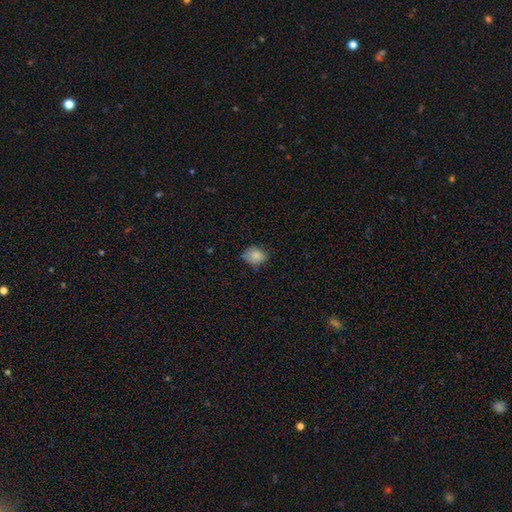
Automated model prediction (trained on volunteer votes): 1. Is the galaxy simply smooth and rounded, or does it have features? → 84% smooth, 9% star or artifact, 7% featured or disk.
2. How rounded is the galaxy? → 50% in between, 49% round, 1% cigar-shaped.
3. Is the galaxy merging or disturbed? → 69% none, 25% minor disturbance, 4% major disturbance, 2% merger.